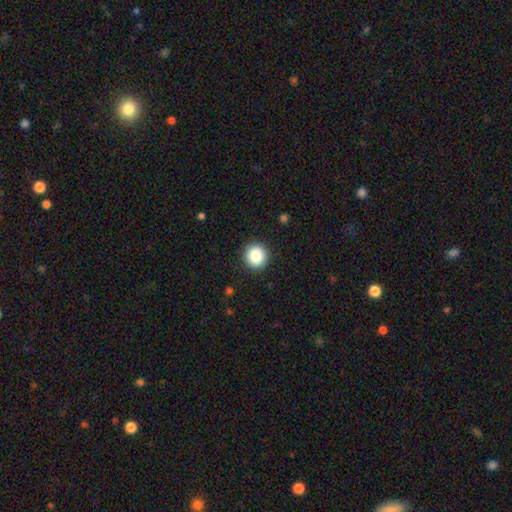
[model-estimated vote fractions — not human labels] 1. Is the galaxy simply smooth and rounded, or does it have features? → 85% smooth, 9% star or artifact, 6% featured or disk.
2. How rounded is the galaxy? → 92% round, 7% in between, 1% cigar-shaped.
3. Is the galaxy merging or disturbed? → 92% none, 6% minor disturbance, 2% major disturbance, 1% merger.